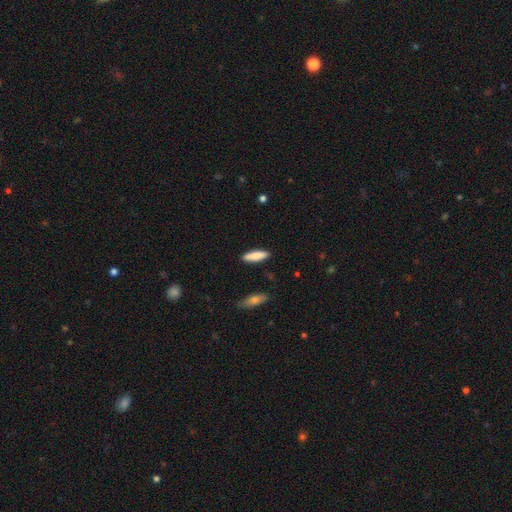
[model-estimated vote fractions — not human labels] A smooth galaxy with no disk features (84%) that is cigar-shaped (64%). Merging: none (88%).